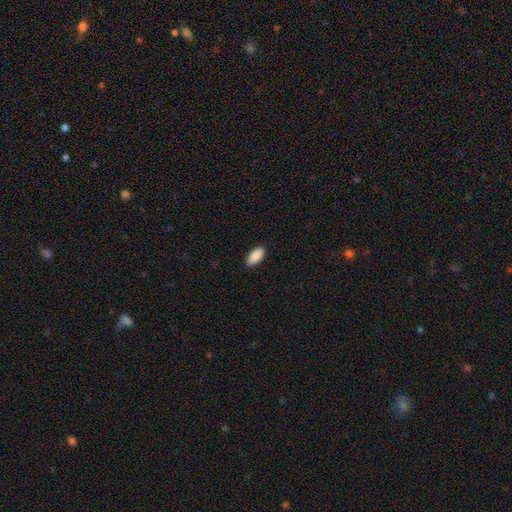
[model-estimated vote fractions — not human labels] This is clearly a smooth galaxy (90%). How rounded: clearly in between (90%). Merging: clearly none (86%).